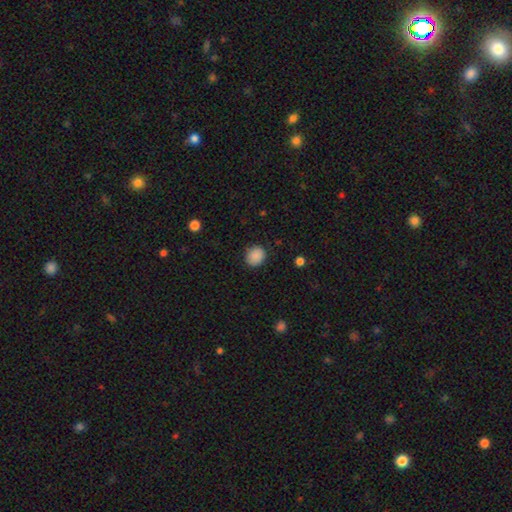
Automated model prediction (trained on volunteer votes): smooth 88%, star or artifact 9%, featured or disk 3%. Down the decision tree: how rounded — round (74%); merging — none (85%).